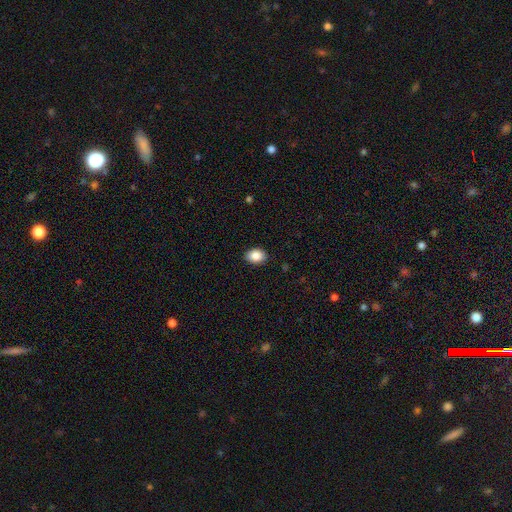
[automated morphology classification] smooth 88%, star or artifact 8%, featured or disk 4%. Down the decision tree: how rounded — in between (75%); merging — none (88%).